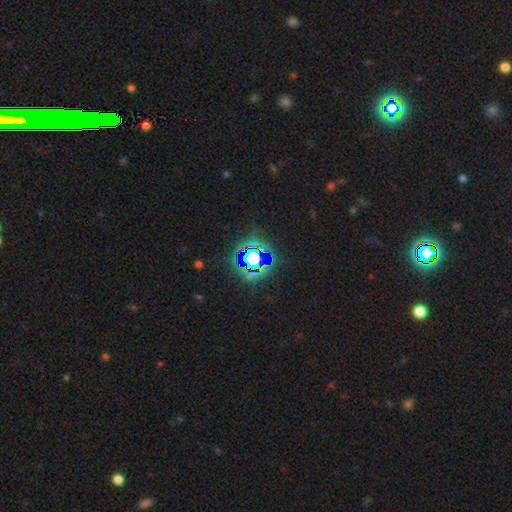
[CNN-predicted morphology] Overall: star or artifact (71%).